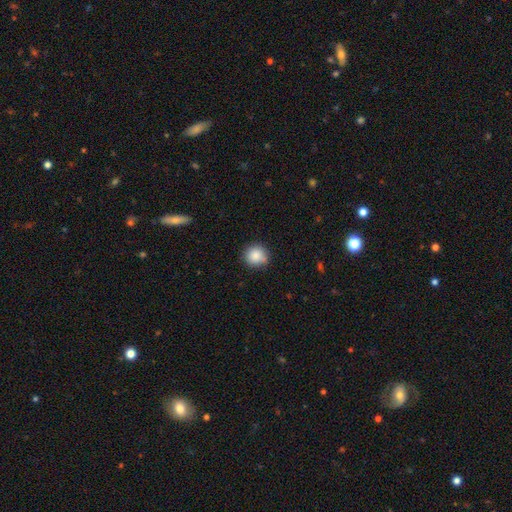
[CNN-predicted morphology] The model was most divided on "merging": none: 81%, minor disturbance: 15%, major disturbance: 3%, merger: 2%. More confident: how rounded — round (90%); smooth or featured — smooth (86%).